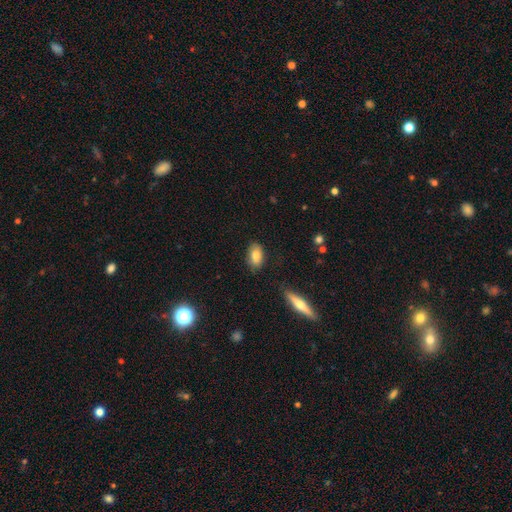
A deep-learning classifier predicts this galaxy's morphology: Smooth or featured? smooth (82%)
How rounded? in between (90%)
Merging? none (79%)